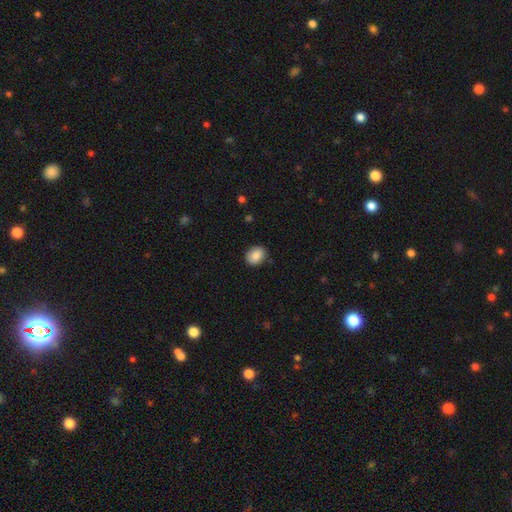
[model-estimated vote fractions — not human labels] A smooth galaxy with no disk features (85%) that is round (55%). Merging: none (86%).